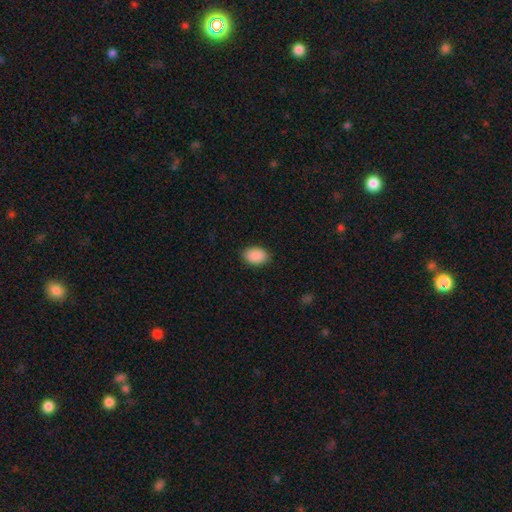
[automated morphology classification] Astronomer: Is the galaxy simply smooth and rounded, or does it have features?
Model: smooth — 90%.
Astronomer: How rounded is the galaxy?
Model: in between — 83%.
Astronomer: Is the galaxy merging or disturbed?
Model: none — 88%.